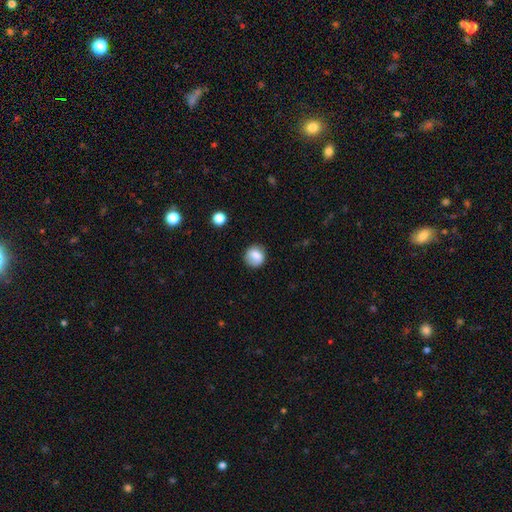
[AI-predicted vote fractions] Smooth or featured? smooth (81%)
How rounded? round (86%)
Merging? none (80%)